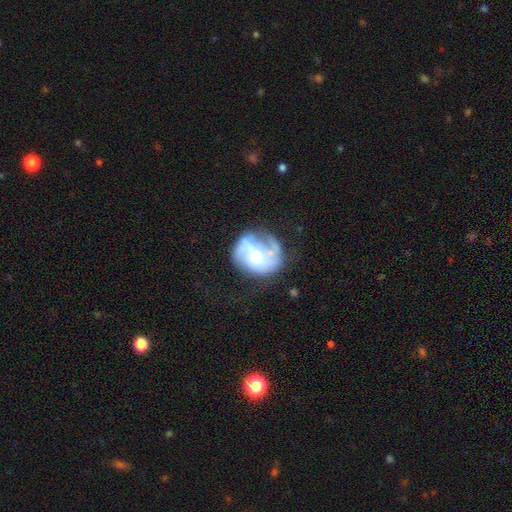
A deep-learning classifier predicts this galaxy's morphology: Smooth or featured?
  - featured or disk: 66% *
  - smooth: 26%
  - star or artifact: 8%
Edge-on disk?
  - no: 97% *
  - yes: 3%
Bar?
  - no: 61% *
  - weak: 30%
  - strong: 9%
Spiral arms?
  - yes: 74% *
  - no: 26%
Bulge size?
  - moderate: 45% *
  - small: 43%
  - large: 6%
  - none: 5%
  - dominant: 1%
Merging?
  - none: 50% *
  - minor disturbance: 23%
  - major disturbance: 21%
  - merger: 5%